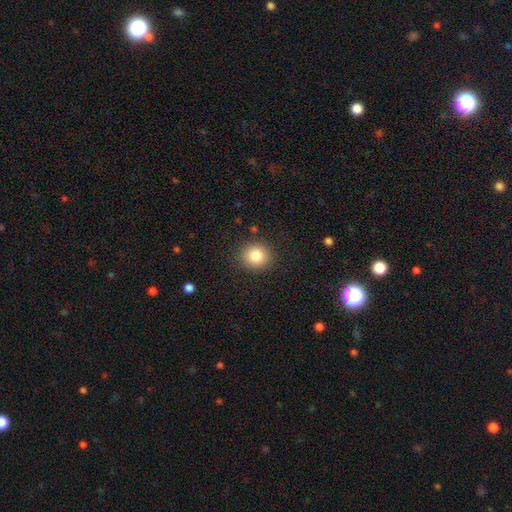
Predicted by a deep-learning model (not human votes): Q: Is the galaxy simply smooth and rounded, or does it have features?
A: smooth — 84%.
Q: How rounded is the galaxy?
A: round — 85%.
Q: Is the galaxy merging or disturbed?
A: none — 88%.